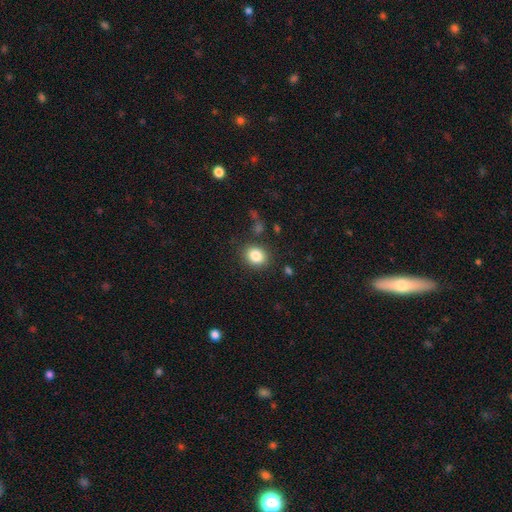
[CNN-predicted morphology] Smooth or featured? smooth (84%)
How rounded? round (53%)
Merging? none (85%)